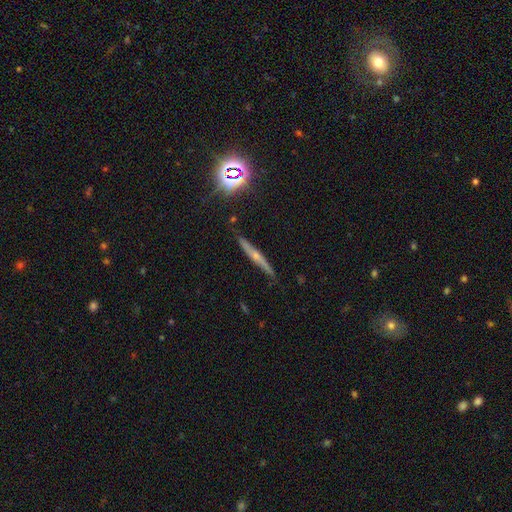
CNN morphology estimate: featured or disk 61%, smooth 26%, star or artifact 13%. Down the decision tree: edge-on disk — yes (95%); edge-on bulge — rounded (75%); merging — none (84%).